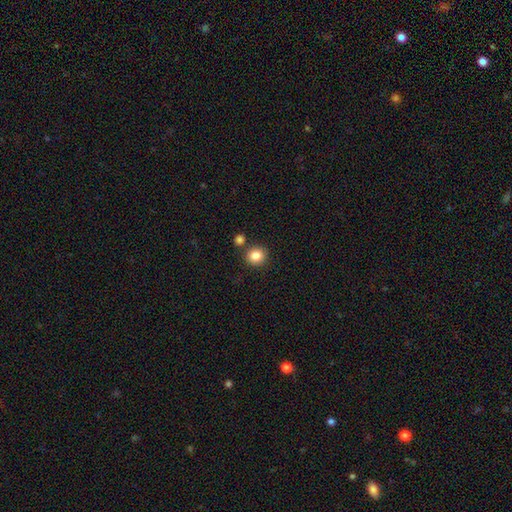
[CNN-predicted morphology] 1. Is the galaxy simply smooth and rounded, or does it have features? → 84% smooth, 10% star or artifact, 5% featured or disk.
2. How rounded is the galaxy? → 90% round, 9% in between, 1% cigar-shaped.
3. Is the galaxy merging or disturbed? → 82% none, 8% merger, 7% minor disturbance, 2% major disturbance.